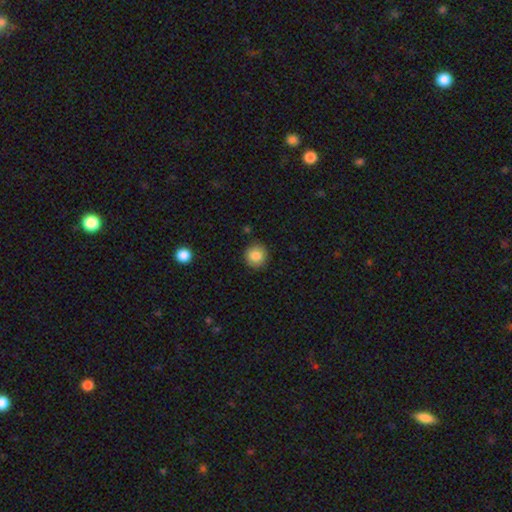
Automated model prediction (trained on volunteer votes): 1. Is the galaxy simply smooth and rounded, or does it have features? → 86% smooth, 9% star or artifact, 5% featured or disk.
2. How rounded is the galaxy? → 93% round, 6% in between, 1% cigar-shaped.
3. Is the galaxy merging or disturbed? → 90% none, 6% minor disturbance, 2% major disturbance, 1% merger.